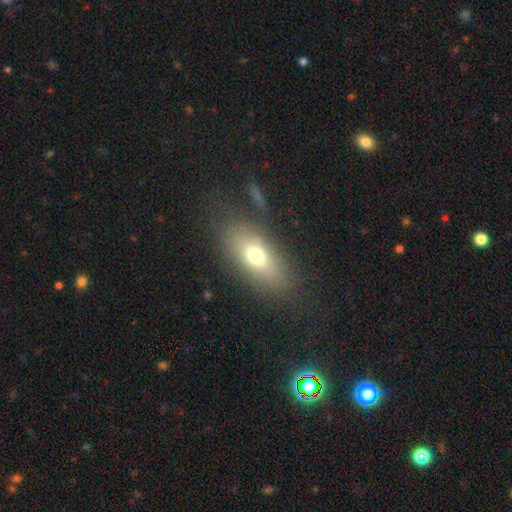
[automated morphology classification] A smooth galaxy with no disk features (69%) that is in between round and cigar-shaped (80%). Merging: none (73%).